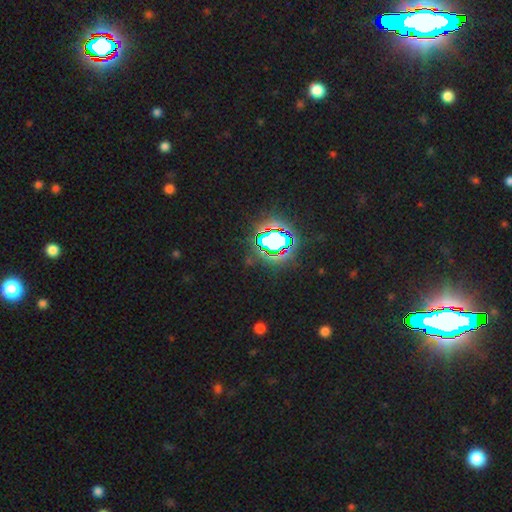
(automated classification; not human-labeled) Smooth or featured? star or artifact (82%)